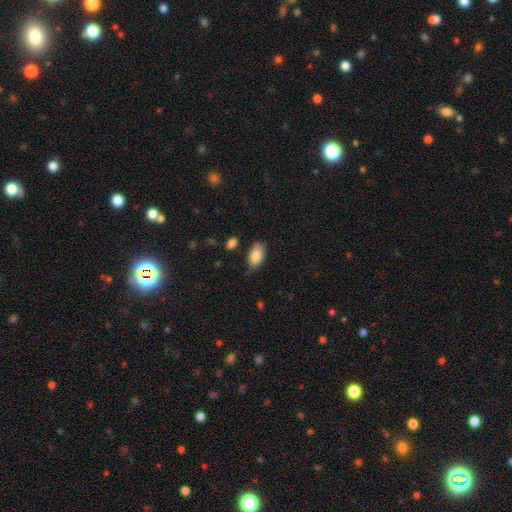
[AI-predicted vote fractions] Overall: smooth (85%). How rounded: in between (93%). Merging: none (68%).